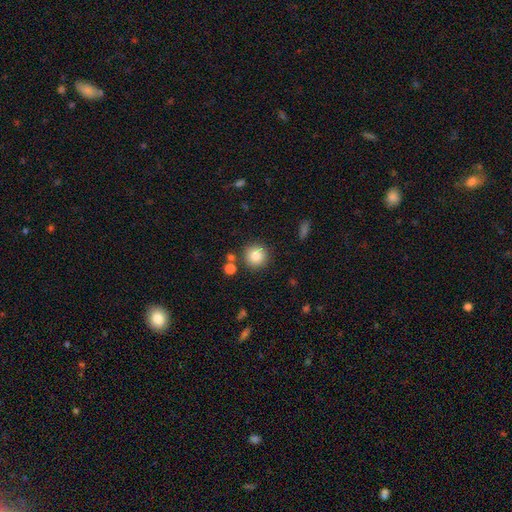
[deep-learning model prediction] smooth-or-featured: smooth: 85% | star or artifact: 9% | featured or disk: 6%
  how-rounded: round: 94% | in between: 5% | cigar-shaped: 1%
  merging: none: 85% | minor disturbance: 7% | merger: 5% | major disturbance: 3%